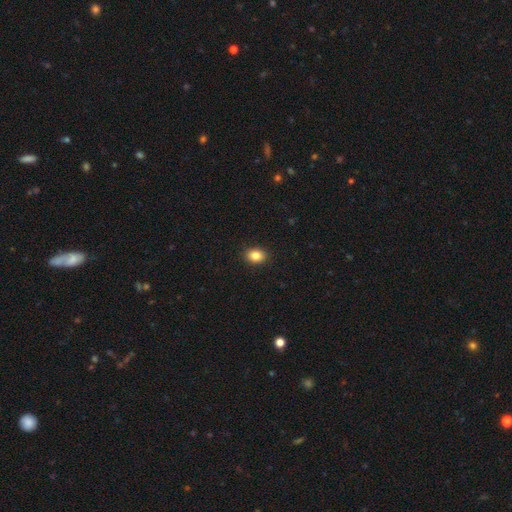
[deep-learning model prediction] This appears to be a smooth galaxy with no disk features (85%) that is in between round and cigar-shaped (63%). Merging: none (91%).